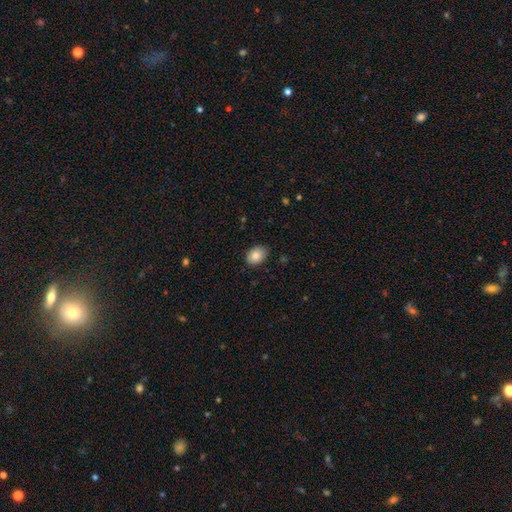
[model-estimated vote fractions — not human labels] Q: Smooth or featured?
A: smooth (85%); runner-up: star or artifact (8%)
Q: How rounded?
A: in between (76%); runner-up: round (23%)
Q: Merging?
A: none (84%); runner-up: minor disturbance (13%)